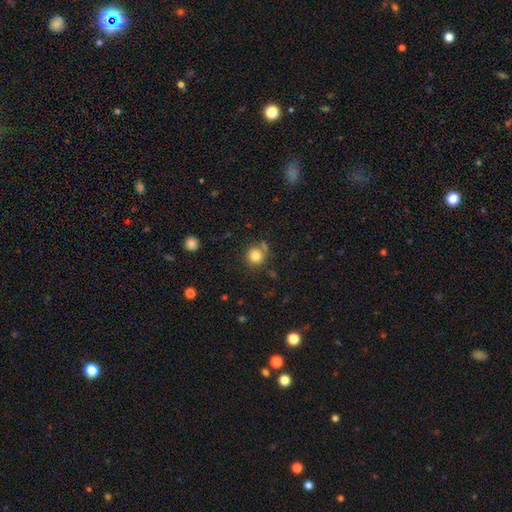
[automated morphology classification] Smooth or featured? Predicted: smooth (p=0.81). How rounded? Predicted: round (p=0.89). Merging? Predicted: none (p=0.73).